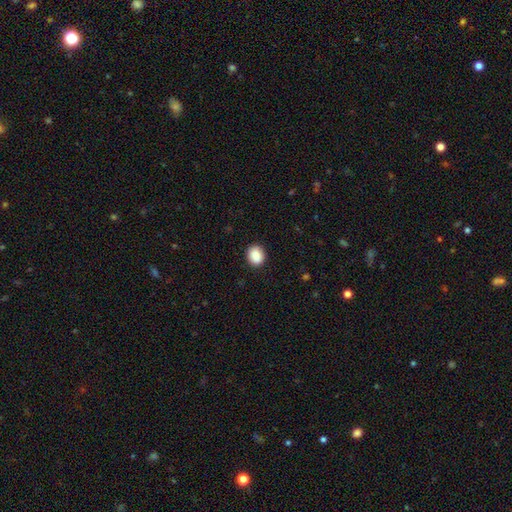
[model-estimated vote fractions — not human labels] A smooth galaxy with no disk features (89%) that is round (56%).

Vote fractions:
- Smooth or featured? smooth: 89% / star or artifact: 8% / featured or disk: 3%
- How rounded? round: 56% / in between: 43% / cigar-shaped: 1%
- Merging? none: 89% / minor disturbance: 8% / major disturbance: 2% / merger: 1%